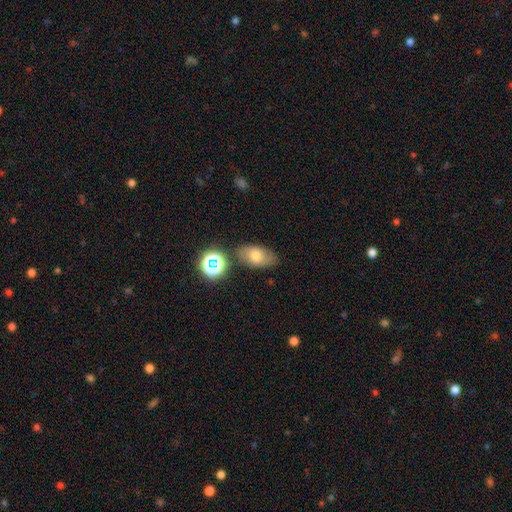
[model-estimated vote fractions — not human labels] This appears to be a smooth galaxy with no disk features (65%) that is in between round and cigar-shaped (86%). Merging: none (75%).